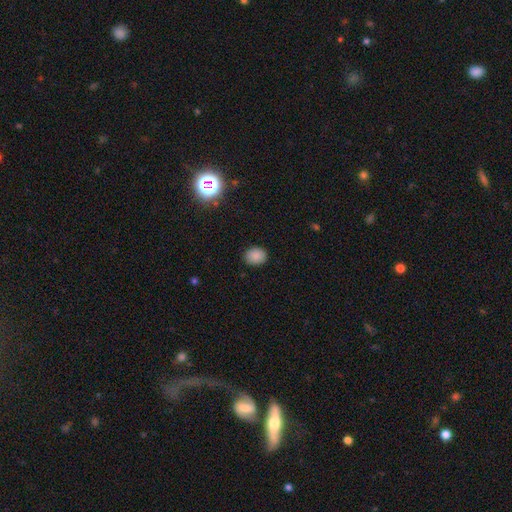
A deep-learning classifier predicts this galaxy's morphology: smooth-or-featured: smooth: 86% | star or artifact: 11% | featured or disk: 3%
  how-rounded: round: 55% | in between: 45% | cigar-shaped: 1%
  merging: none: 88% | minor disturbance: 9% | major disturbance: 2% | merger: 1%